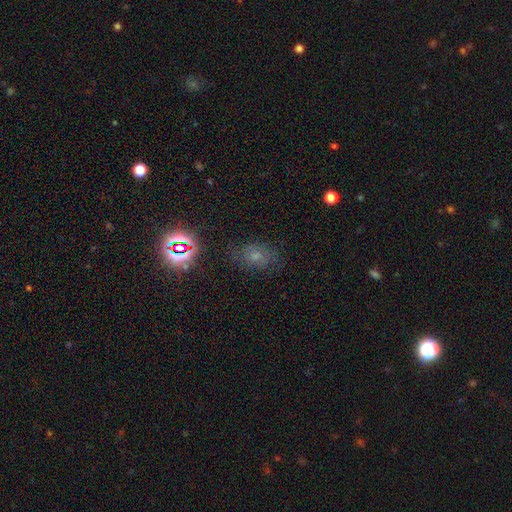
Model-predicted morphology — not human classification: Smooth or featured: smooth — 48% (star or artifact — 34%)
Merging: none — 75% (minor disturbance — 17%)